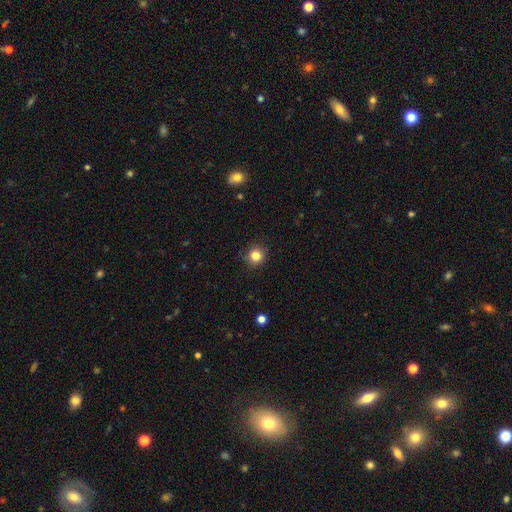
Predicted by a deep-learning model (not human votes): Smooth or featured?
  - smooth: 82% *
  - star or artifact: 12%
  - featured or disk: 6%
How rounded?
  - round: 91% *
  - in between: 8%
  - cigar-shaped: 1%
Merging?
  - none: 89% *
  - minor disturbance: 8%
  - major disturbance: 2%
  - merger: 1%